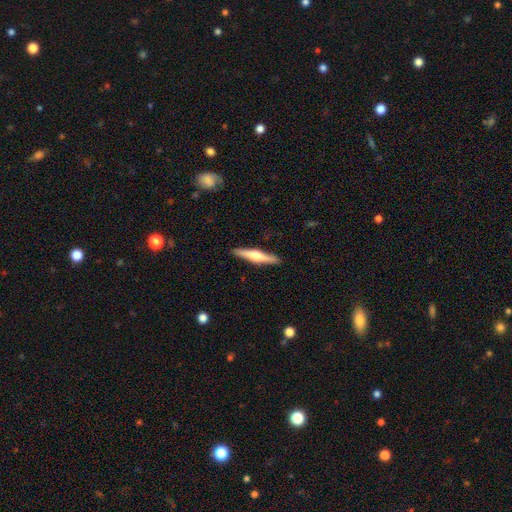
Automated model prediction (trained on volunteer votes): Smooth or featured: featured or disk — 60% (smooth — 34%)
Edge-on disk: yes — 97% (no — 3%)
Edge-on bulge: rounded — 86% (boxy — 8%)
Merging: none — 91% (minor disturbance — 7%)